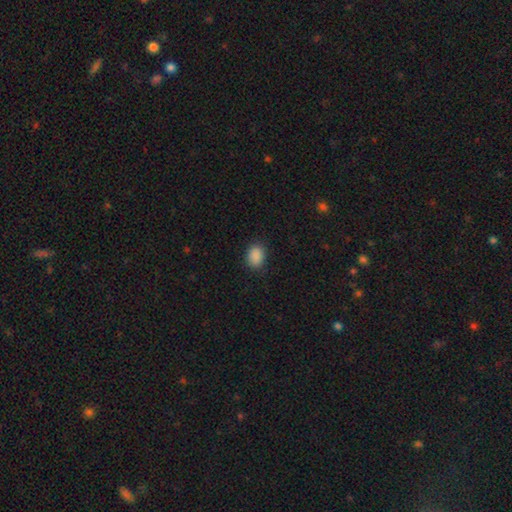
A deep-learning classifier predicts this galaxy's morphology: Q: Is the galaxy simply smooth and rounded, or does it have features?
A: smooth — 89%.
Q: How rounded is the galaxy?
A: in between — 64%.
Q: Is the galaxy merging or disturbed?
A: none — 87%.